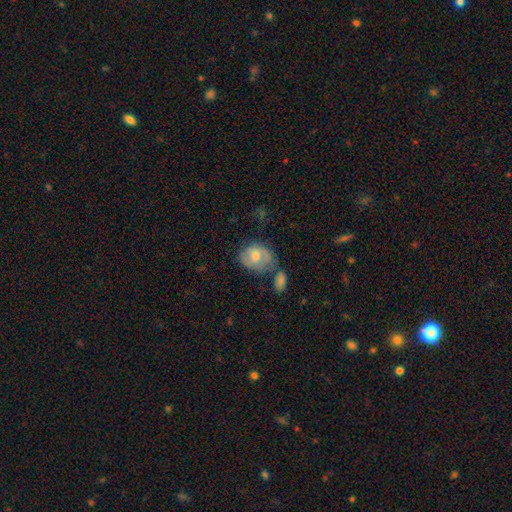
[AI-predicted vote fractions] smooth-or-featured: smooth: 55% | featured or disk: 38% | star or artifact: 7%
  how-rounded: in between: 52% | round: 47% | cigar-shaped: 1%
  merging: none: 43% | minor disturbance: 25% | merger: 18% | major disturbance: 14%